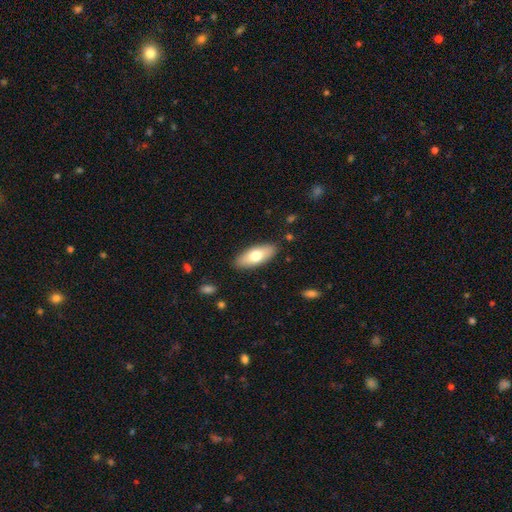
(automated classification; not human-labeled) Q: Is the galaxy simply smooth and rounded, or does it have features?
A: smooth — 71%.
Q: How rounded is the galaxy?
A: in between — 81%.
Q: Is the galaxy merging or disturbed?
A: none — 88%.